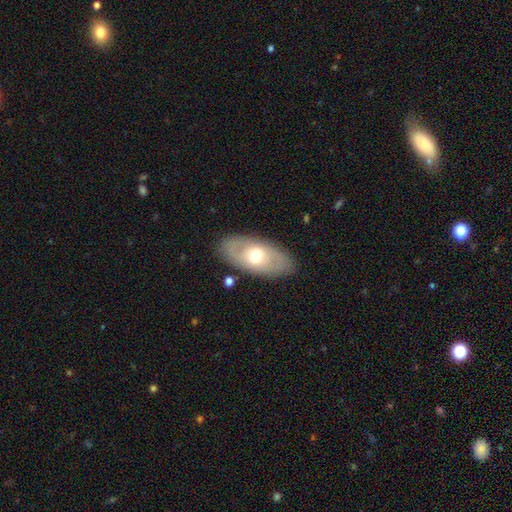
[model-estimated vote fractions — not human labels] This is possibly a smooth galaxy (48%). Merging: clearly none (84%).